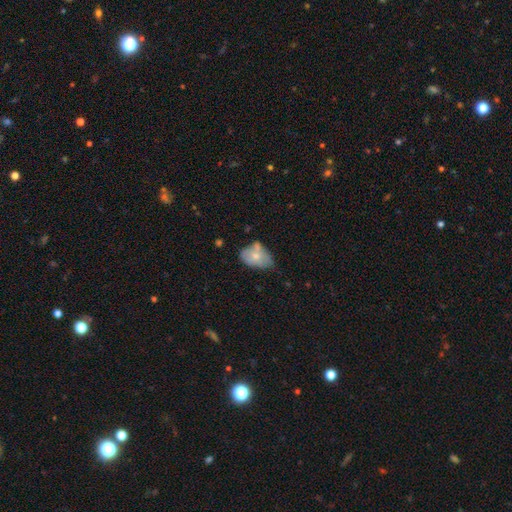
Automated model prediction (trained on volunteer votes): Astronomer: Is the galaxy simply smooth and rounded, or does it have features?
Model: smooth — 62%.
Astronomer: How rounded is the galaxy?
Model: in between — 84%.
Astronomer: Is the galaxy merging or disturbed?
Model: minor disturbance — 35% (runner-up: none, 32%).